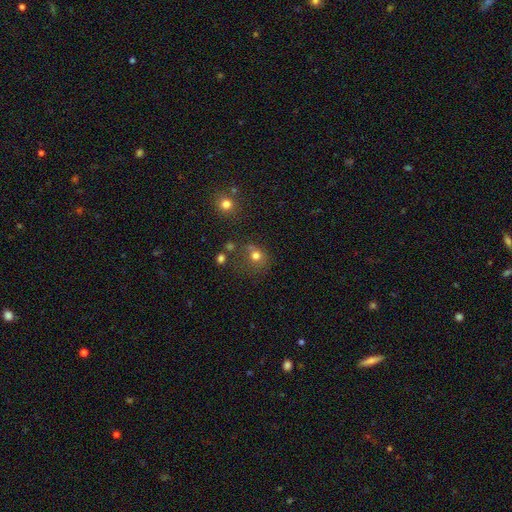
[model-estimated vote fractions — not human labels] The model was most divided on "merging": none: 51%, minor disturbance: 19%, merger: 17%, major disturbance: 14%. More confident: how rounded — round (76%); smooth or featured — smooth (72%).